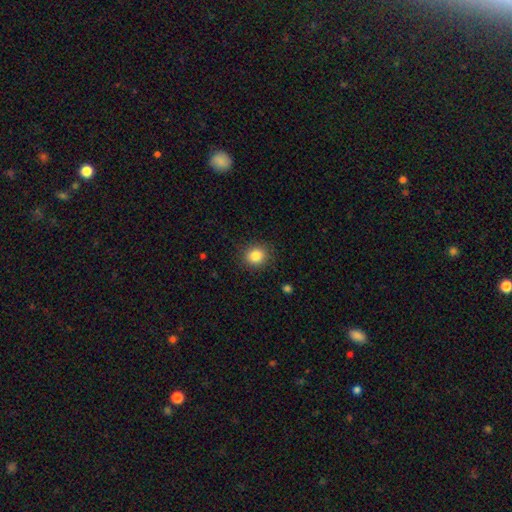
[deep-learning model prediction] Q: Smooth or featured?
A: smooth (85%); runner-up: star or artifact (10%)
Q: How rounded?
A: round (81%); runner-up: in between (18%)
Q: Merging?
A: none (88%); runner-up: minor disturbance (8%)